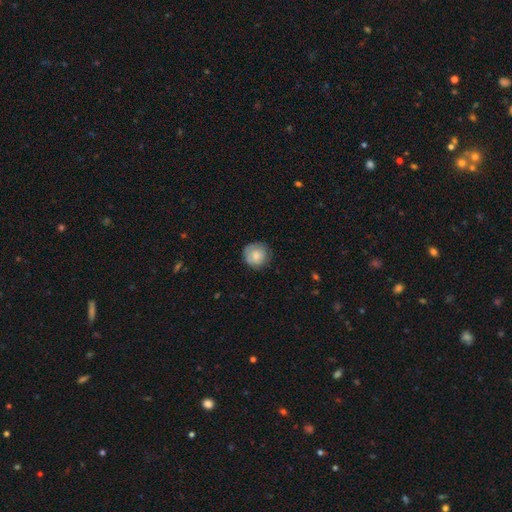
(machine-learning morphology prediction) Q: Smooth or featured?
A: smooth (74%); runner-up: featured or disk (19%)
Q: How rounded?
A: round (91%); runner-up: in between (8%)
Q: Merging?
A: none (75%); runner-up: minor disturbance (19%)